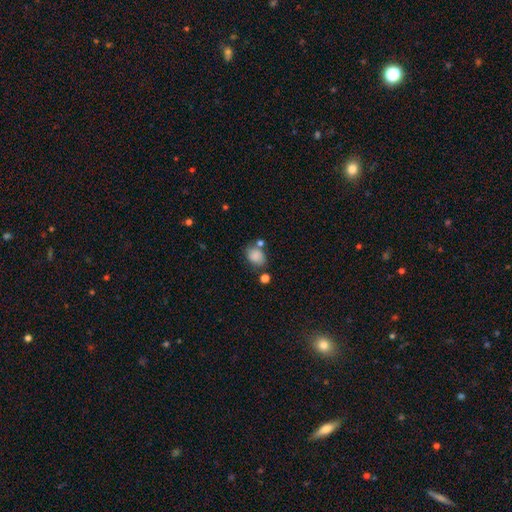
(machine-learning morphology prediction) A smooth galaxy with no disk features (82%) that is in between round and cigar-shaped (64%).

Vote fractions:
- Smooth or featured? smooth: 82% / star or artifact: 9% / featured or disk: 8%
- How rounded? in between: 64% / round: 35% / cigar-shaped: 1%
- Merging? none: 55% / minor disturbance: 21% / merger: 16% / major disturbance: 8%